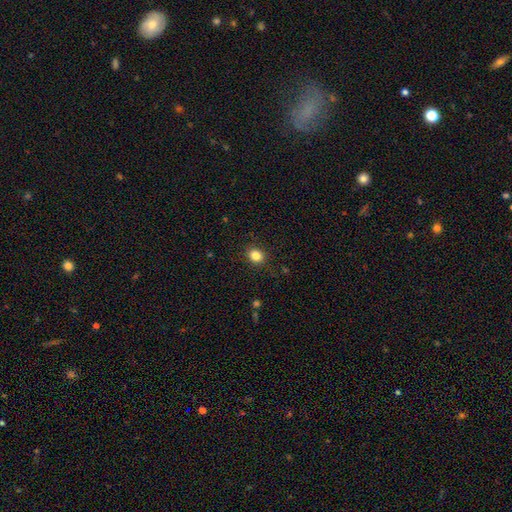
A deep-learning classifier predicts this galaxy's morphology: Smooth or featured: smooth — 84% (star or artifact — 11%)
How rounded: round — 64% (in between — 35%)
Merging: none — 89% (minor disturbance — 8%)